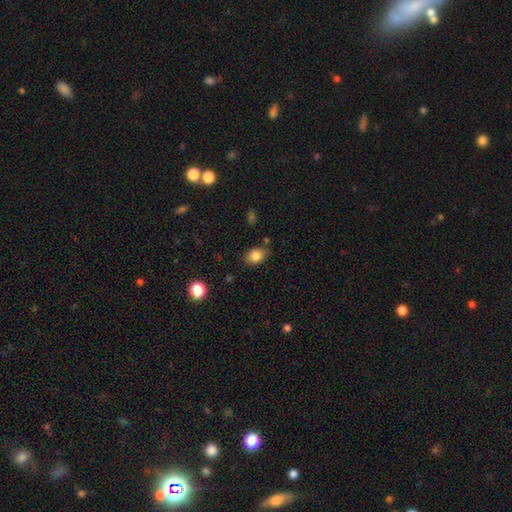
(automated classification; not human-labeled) This is clearly a smooth galaxy (82%). How rounded: likely in between (72%). Merging: likely none (79%).